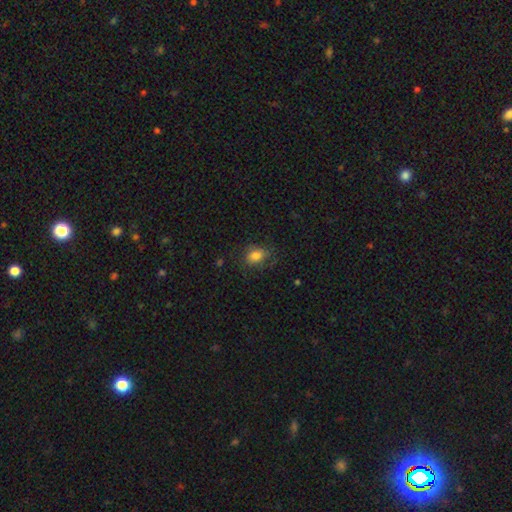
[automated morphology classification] Smooth or featured?
  - smooth: 80% *
  - star or artifact: 10%
  - featured or disk: 10%
How rounded?
  - in between: 69% *
  - round: 29%
  - cigar-shaped: 2%
Merging?
  - none: 70% *
  - minor disturbance: 20%
  - major disturbance: 8%
  - merger: 1%